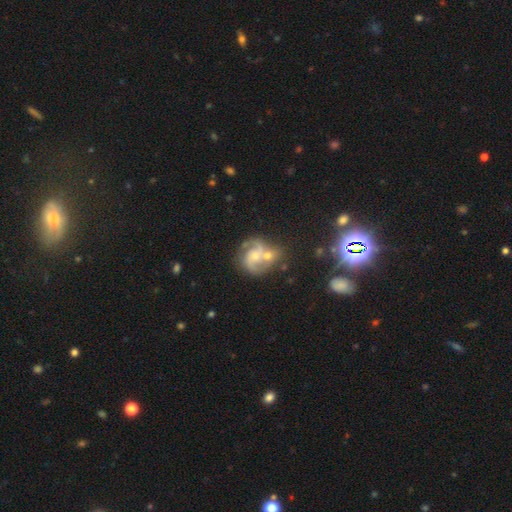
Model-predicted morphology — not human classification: This appears to be a featured or disk galaxy (78%) with no bar (62%), 2 (79%) medium (55%) spiral arms (93%) and a small central bulge (45%). Merging: none (41%).